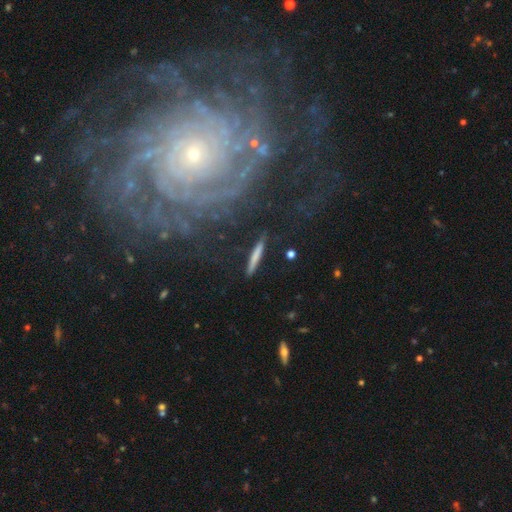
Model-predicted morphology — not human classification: This appears to be a smooth galaxy with no disk features (66%) that is cigar-shaped (94%). Merging: none (86%).